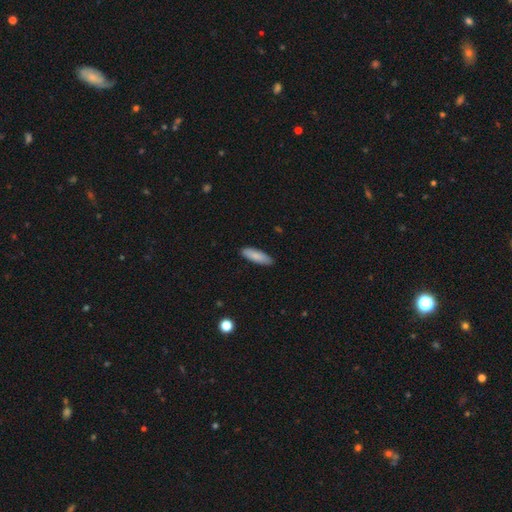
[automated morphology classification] Q: Smooth or featured?
A: smooth (85%); runner-up: featured or disk (10%)
Q: How rounded?
A: in between (52%); runner-up: cigar-shaped (47%)
Q: Merging?
A: none (88%); runner-up: minor disturbance (9%)